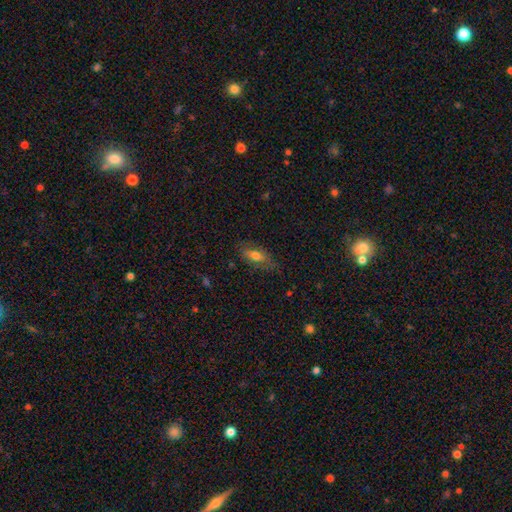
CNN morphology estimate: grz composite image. It shows a smooth galaxy with no disk features (69%) that is in between round and cigar-shaped (79%). Merging: none (72%).